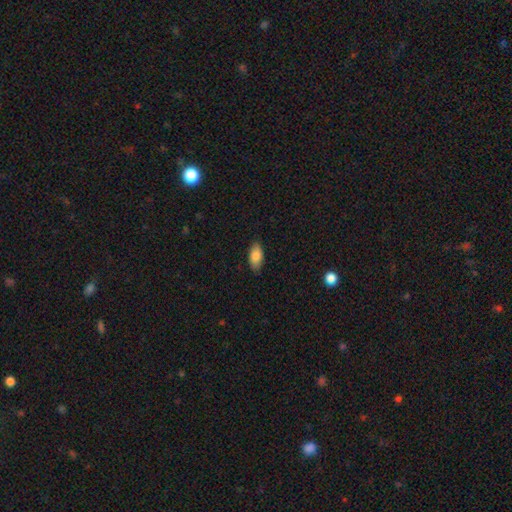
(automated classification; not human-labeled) Q: Smooth or featured?
A: smooth (84%); runner-up: featured or disk (9%)
Q: How rounded?
A: in between (92%); runner-up: cigar-shaped (6%)
Q: Merging?
A: none (86%); runner-up: minor disturbance (11%)